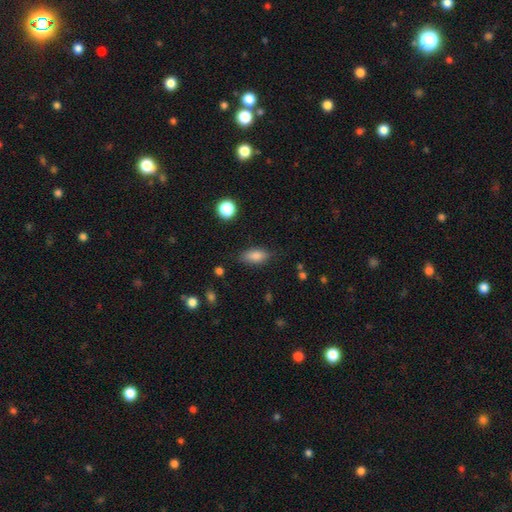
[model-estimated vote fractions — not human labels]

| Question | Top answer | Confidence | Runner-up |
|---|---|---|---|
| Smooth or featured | smooth | 83% | featured or disk (9%) |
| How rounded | in between | 85% | cigar-shaped (11%) |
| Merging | none | 77% | minor disturbance (17%) |